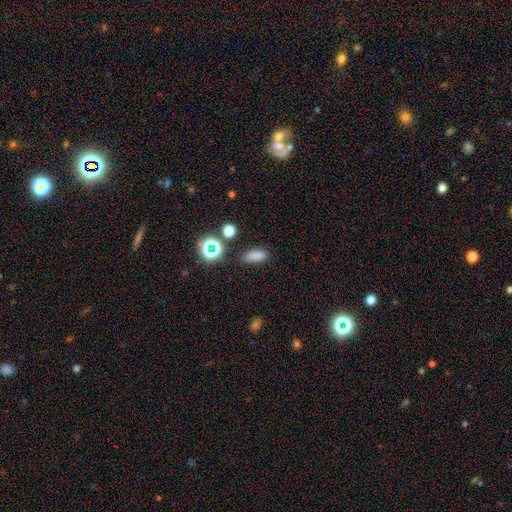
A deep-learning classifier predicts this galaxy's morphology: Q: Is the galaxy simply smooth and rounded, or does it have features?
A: smooth — 76%.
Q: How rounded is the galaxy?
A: in between — 70%.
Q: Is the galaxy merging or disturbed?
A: none — 77%.